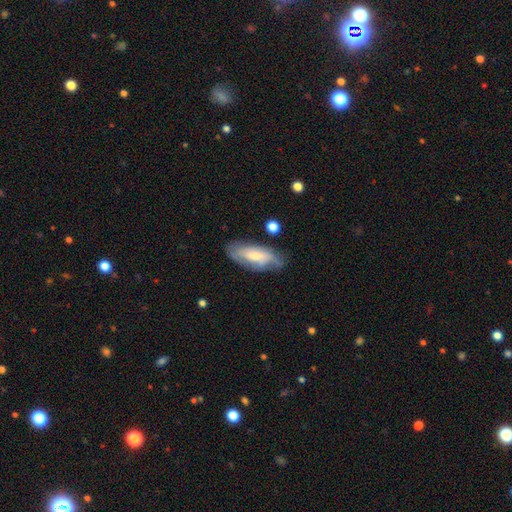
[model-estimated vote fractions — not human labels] Smooth or featured?
  - featured or disk: 48% *
  - smooth: 45%
  - star or artifact: 7%
Merging?
  - none: 63% *
  - minor disturbance: 26%
  - major disturbance: 9%
  - merger: 3%